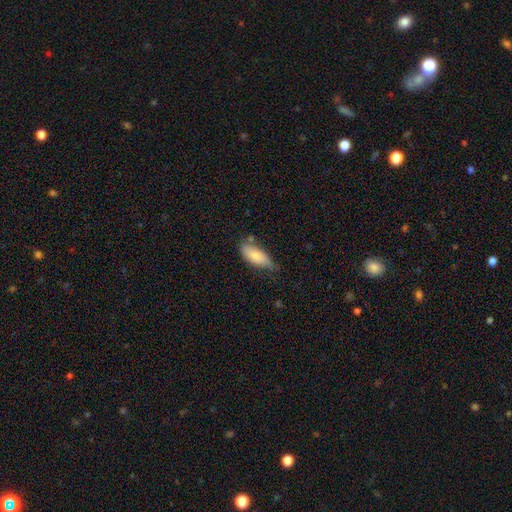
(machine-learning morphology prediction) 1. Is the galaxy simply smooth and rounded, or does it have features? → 78% smooth, 16% featured or disk, 7% star or artifact.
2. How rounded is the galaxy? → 84% in between, 13% cigar-shaped, 2% round.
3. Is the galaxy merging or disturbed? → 52% none, 35% minor disturbance, 7% major disturbance, 5% merger.